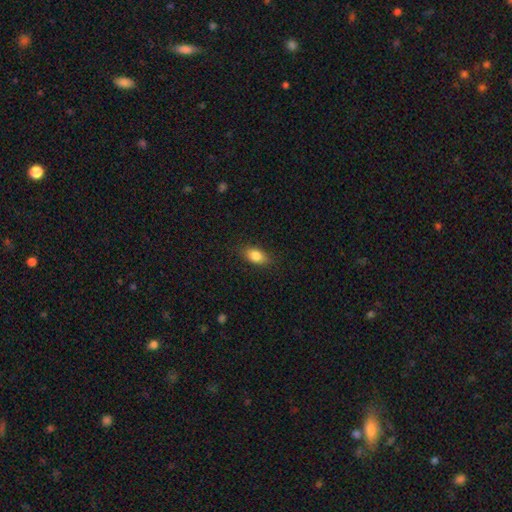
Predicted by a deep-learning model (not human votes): Smooth or featured?
  - smooth: 84% *
  - star or artifact: 8%
  - featured or disk: 8%
How rounded?
  - in between: 86% *
  - round: 10%
  - cigar-shaped: 5%
Merging?
  - none: 84% *
  - minor disturbance: 12%
  - major disturbance: 3%
  - merger: 1%